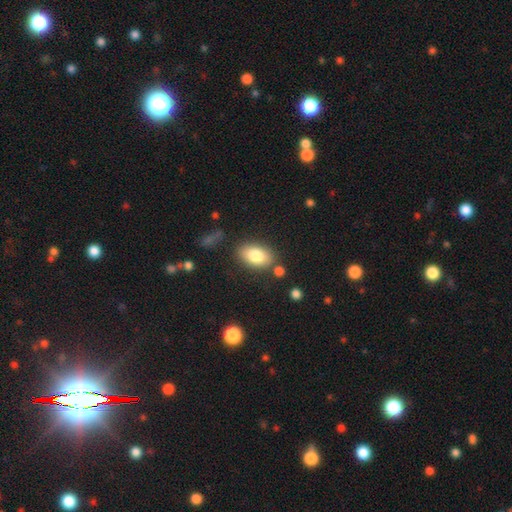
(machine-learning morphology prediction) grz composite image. It shows a smooth galaxy with no disk features (81%) that is in between round and cigar-shaped (90%). Merging: none (80%).